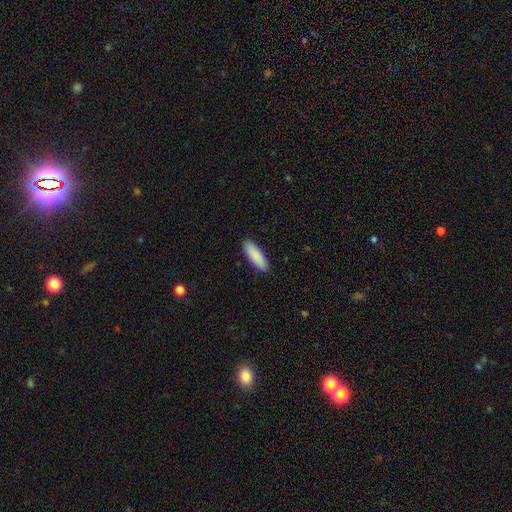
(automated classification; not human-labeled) smooth-or-featured: smooth: 89% | star or artifact: 6% | featured or disk: 5%
  how-rounded: in between: 50% | cigar-shaped: 49% | round: 1%
  merging: none: 90% | minor disturbance: 7% | major disturbance: 2% | merger: 1%